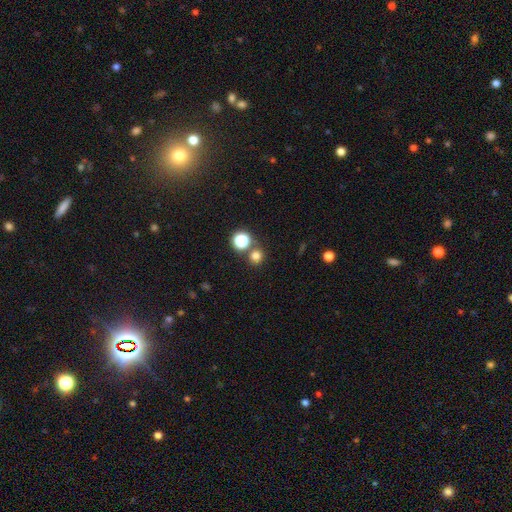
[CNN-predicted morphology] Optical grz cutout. It shows a smooth galaxy with no disk features (75%) that is round (89%). Merging: none (75%).